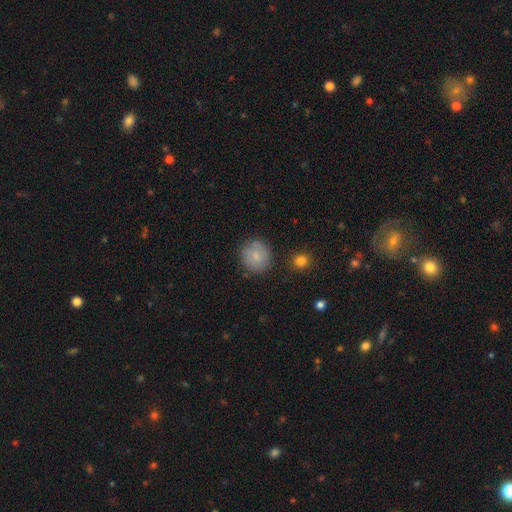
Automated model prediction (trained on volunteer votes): Overall: smooth (77%). How rounded: round (84%). Merging: none (77%).